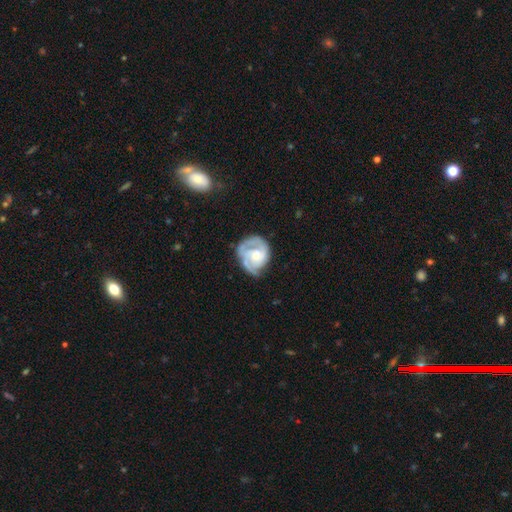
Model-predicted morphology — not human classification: type=featured or disk (78%); edge-on=no (98%); bar=no (71%); spiral arms=yes (91%); winding=tight (56%); arm count=2 (40%); bulge=moderate (47%); merging=none (58%).